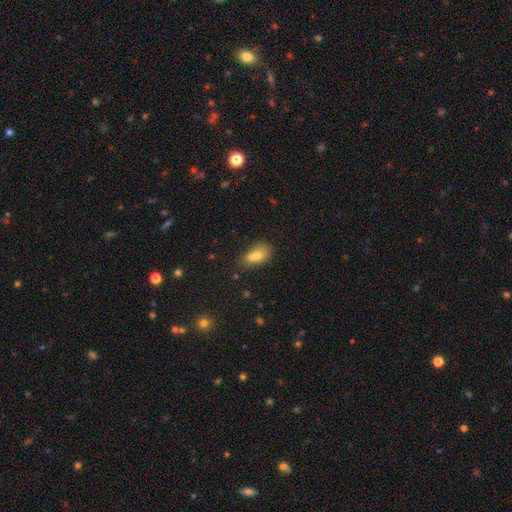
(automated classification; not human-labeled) Overall: smooth (69%). How rounded: in between (76%). Merging: merger (53%; none 30%).